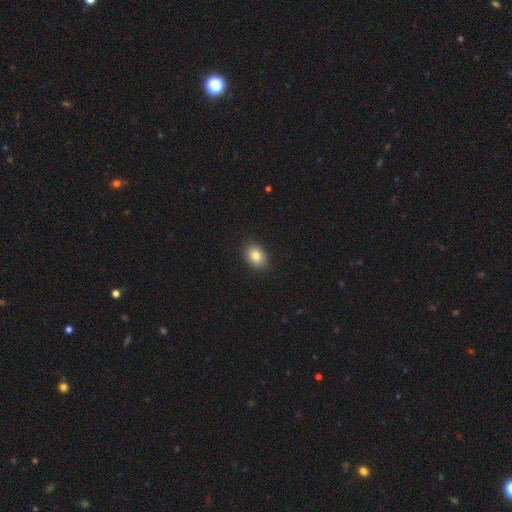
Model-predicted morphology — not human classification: Smooth or featured?
  - smooth: 83% *
  - star or artifact: 9%
  - featured or disk: 8%
How rounded?
  - in between: 70% *
  - round: 29%
  - cigar-shaped: 1%
Merging?
  - none: 89% *
  - minor disturbance: 8%
  - major disturbance: 2%
  - merger: 1%